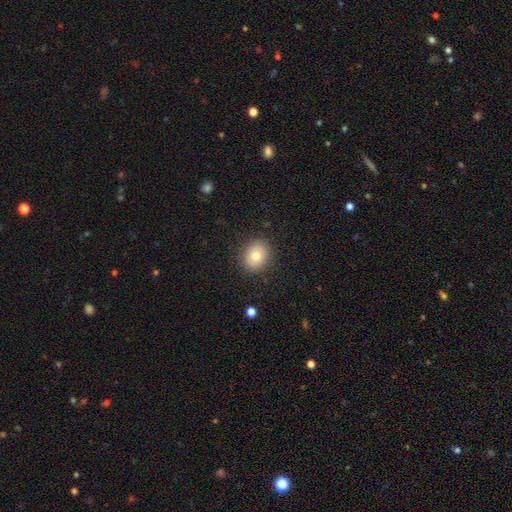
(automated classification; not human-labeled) Morphology: type=smooth (77%); roundness=round (63%); merging=none (88%).